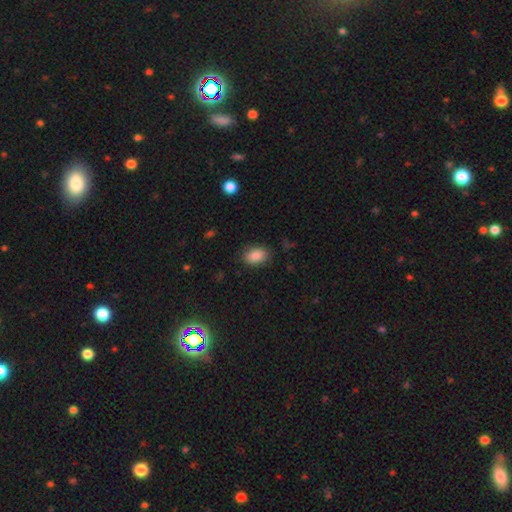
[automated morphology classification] A smooth galaxy with no disk features (87%) that is in between round and cigar-shaped (86%).

Vote fractions:
- Smooth or featured? smooth: 87% / star or artifact: 8% / featured or disk: 5%
- How rounded? in between: 86% / round: 12% / cigar-shaped: 1%
- Merging? none: 85% / minor disturbance: 10% / major disturbance: 3% / merger: 1%